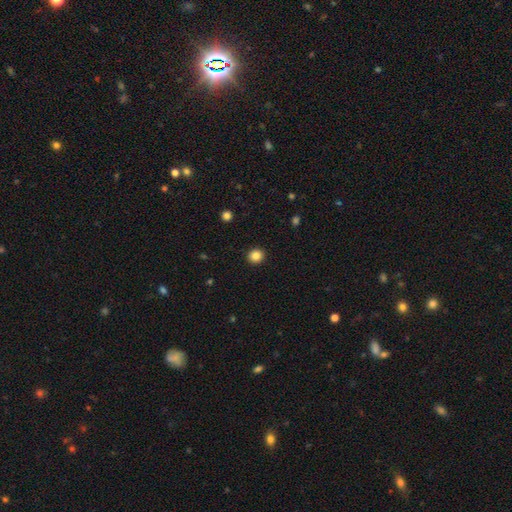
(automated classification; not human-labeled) Smooth or featured? Predicted: smooth (p=0.85). How rounded? Predicted: round (p=0.89). Merging? Predicted: none (p=0.93).